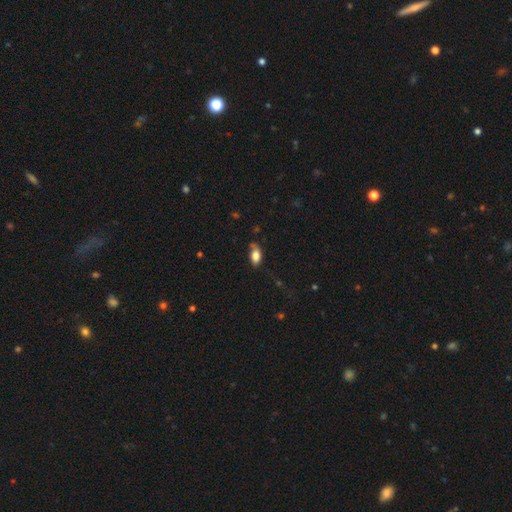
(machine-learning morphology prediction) smooth_or_featured: smooth (p=0.82) [alt: featured or disk p=0.10]
how_rounded: in between (p=0.90) [alt: round p=0.06]
merging: none (p=0.61) [alt: minor disturbance p=0.28]